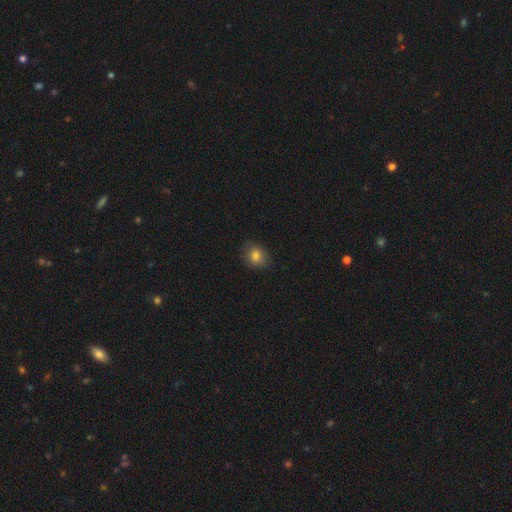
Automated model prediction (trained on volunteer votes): smooth-or-featured: smooth: 80% | star or artifact: 11% | featured or disk: 9%
  how-rounded: round: 57% | in between: 42% | cigar-shaped: 1%
  merging: none: 78% | minor disturbance: 17% | major disturbance: 4% | merger: 1%